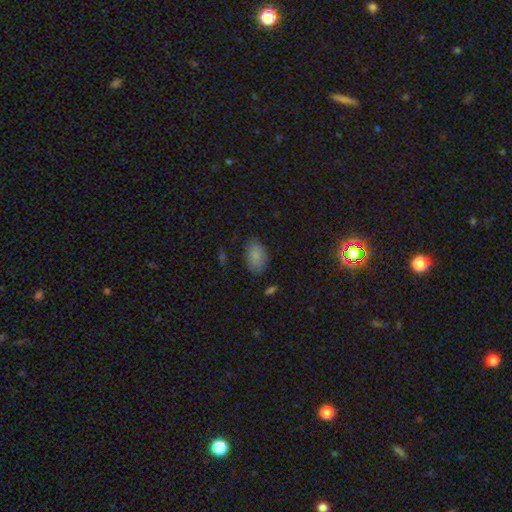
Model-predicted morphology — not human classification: Q: Smooth or featured?
A: smooth (85%); runner-up: star or artifact (9%)
Q: How rounded?
A: in between (90%); runner-up: round (8%)
Q: Merging?
A: none (79%); runner-up: minor disturbance (16%)